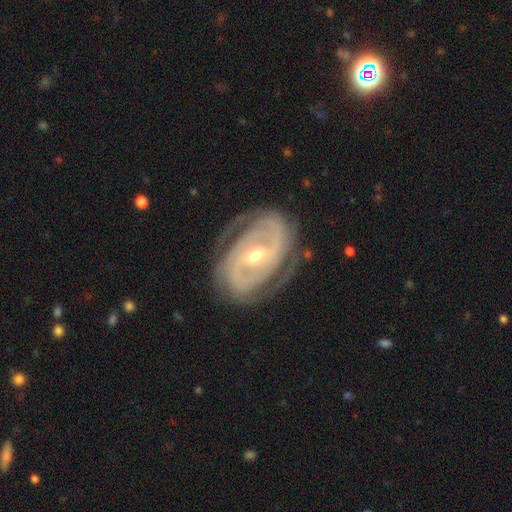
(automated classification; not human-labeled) A featured or disk galaxy (89%) with a weak bar (40%), 2 (71%) tight (61%) spiral arms (93%) and a moderate central bulge (60%).

Vote fractions:
- Smooth or featured? featured or disk: 89% / smooth: 6% / star or artifact: 4%
- Edge-on disk? no: 96% / yes: 4%
- Bar? weak: 40% / strong: 32% / no: 27%
- Spiral arms? yes: 93% / no: 7%
- Spiral winding? tight: 61% / medium: 31% / loose: 8%
- Spiral arm count? 2: 71% / can't tell: 12% / 3: 9% / 1: 3% / 4: 3% / more than 4: 2%
- Bulge size? moderate: 60% / small: 36% / large: 2% / none: 1% / dominant: 1%
- Merging? none: 75% / minor disturbance: 17% / major disturbance: 7% / merger: 1%